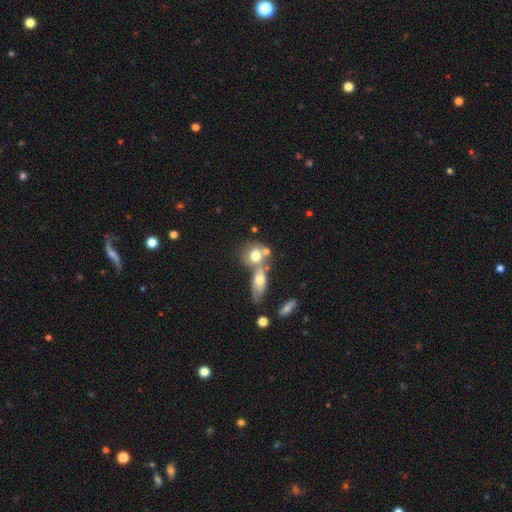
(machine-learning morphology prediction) Q: Smooth or featured?
A: smooth (69%); runner-up: featured or disk (22%)
Q: How rounded?
A: round (58%); runner-up: in between (38%)
Q: Merging?
A: merger (53%); runner-up: none (32%)